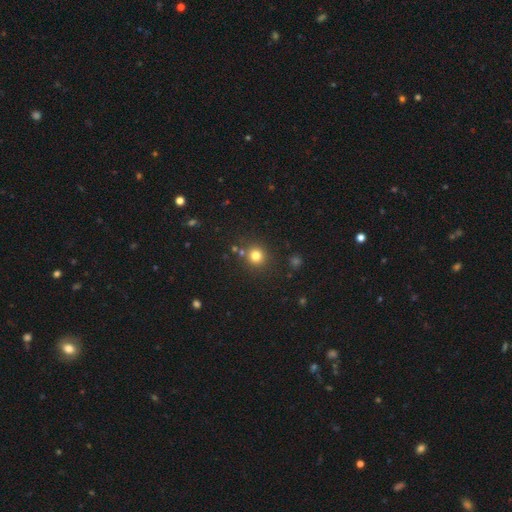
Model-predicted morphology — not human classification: A smooth galaxy with no disk features (79%) that is round (90%).

Vote fractions:
- Smooth or featured? smooth: 79% / star or artifact: 15% / featured or disk: 6%
- How rounded? round: 90% / in between: 9% / cigar-shaped: 1%
- Merging? none: 84% / minor disturbance: 8% / merger: 5% / major disturbance: 3%